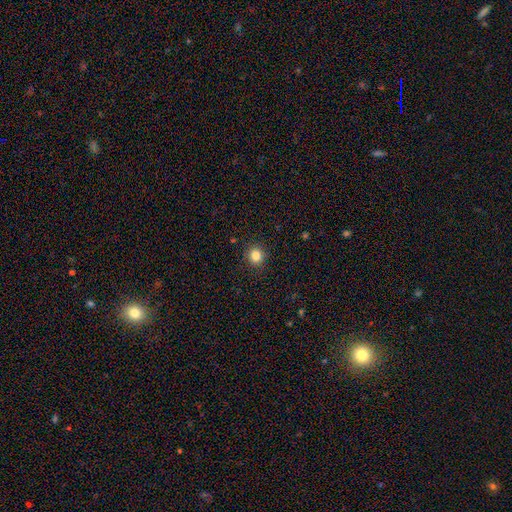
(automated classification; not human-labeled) smooth_or_featured: smooth (p=0.83) [alt: star or artifact p=0.12]
how_rounded: round (p=0.91) [alt: in between p=0.08]
merging: none (p=0.91) [alt: minor disturbance p=0.06]